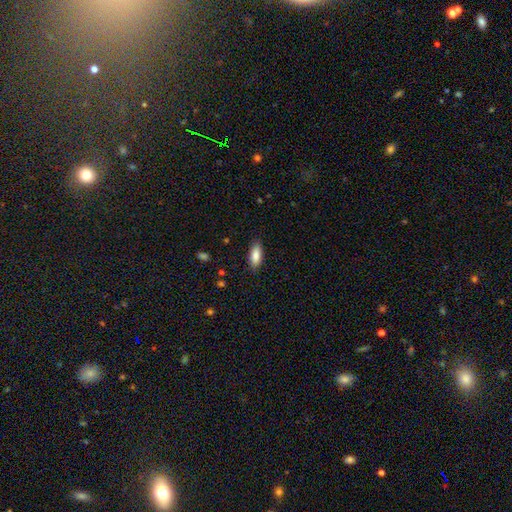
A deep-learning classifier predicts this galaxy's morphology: A smooth galaxy with no disk features (86%) that is in between round and cigar-shaped (79%). Merging: none (86%).